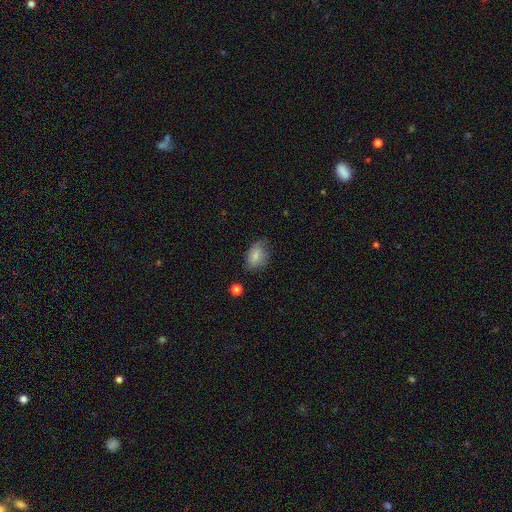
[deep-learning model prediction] Q: Smooth or featured?
A: smooth (76%); runner-up: featured or disk (16%)
Q: How rounded?
A: in between (84%); runner-up: round (14%)
Q: Merging?
A: none (60%); runner-up: minor disturbance (31%)